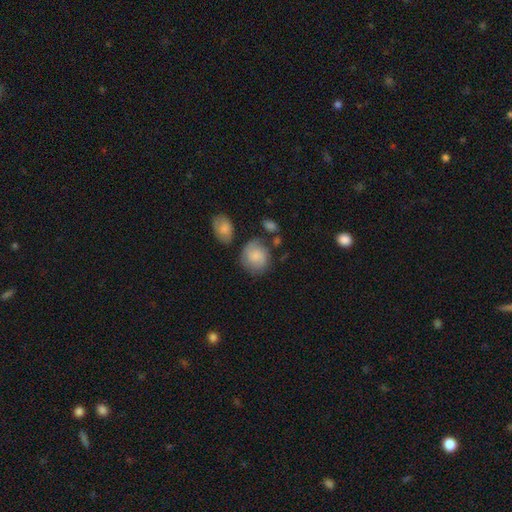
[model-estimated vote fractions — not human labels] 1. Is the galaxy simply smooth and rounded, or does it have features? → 72% smooth, 21% featured or disk, 7% star or artifact.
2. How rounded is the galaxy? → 71% round, 28% in between, 1% cigar-shaped.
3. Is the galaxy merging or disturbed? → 64% none, 21% minor disturbance, 7% merger, 7% major disturbance.